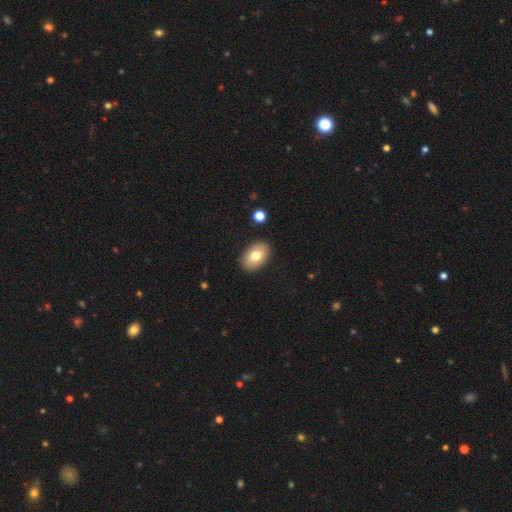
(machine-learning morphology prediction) Smooth or featured: smooth — 77% (featured or disk — 16%)
How rounded: in between — 87% (round — 12%)
Merging: none — 89% (minor disturbance — 8%)